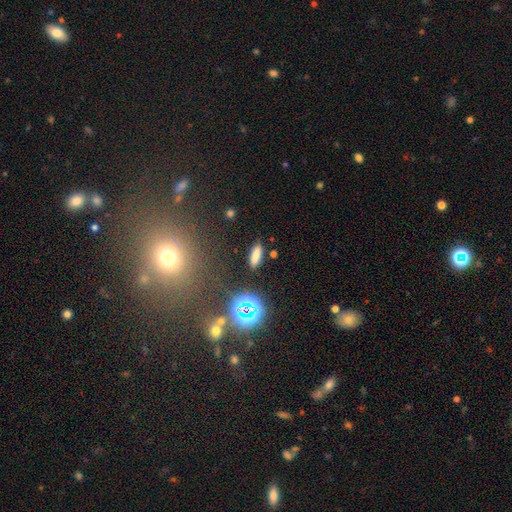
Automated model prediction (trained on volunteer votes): Smooth or featured? Predicted: smooth (p=0.77). How rounded? Predicted: in between (p=0.49). Merging? Predicted: none (p=0.87).